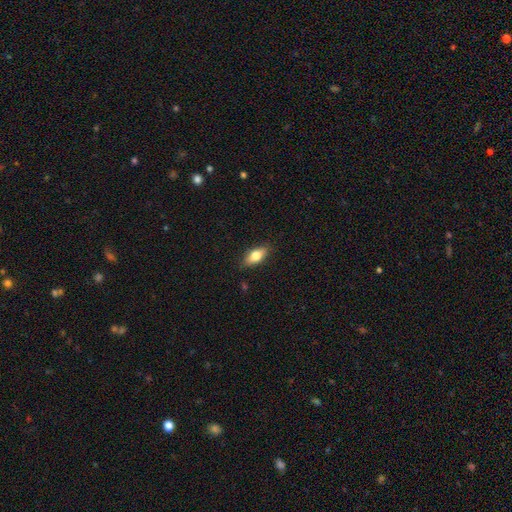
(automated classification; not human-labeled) smooth 70%, featured or disk 23%, star or artifact 7%. Down the decision tree: how rounded — in between (81%); merging — none (85%).